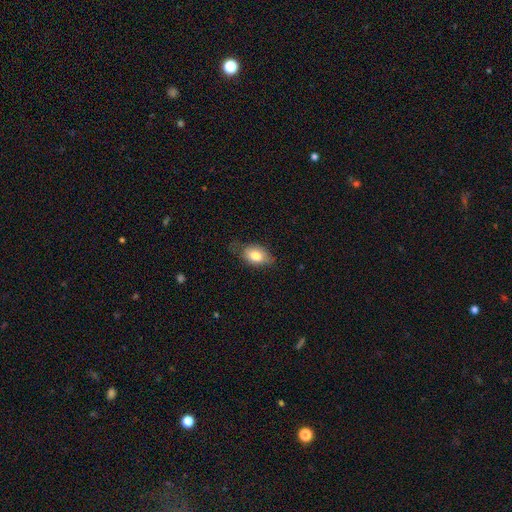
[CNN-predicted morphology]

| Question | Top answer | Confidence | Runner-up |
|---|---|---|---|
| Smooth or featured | smooth | 77% | featured or disk (15%) |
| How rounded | in between | 87% | round (10%) |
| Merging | none | 58% | minor disturbance (31%) |